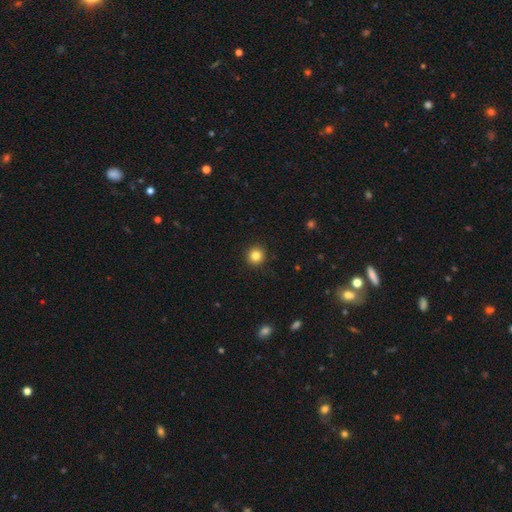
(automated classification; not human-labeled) smooth-or-featured: smooth: 83% | star or artifact: 11% | featured or disk: 6%
  how-rounded: round: 94% | in between: 5% | cigar-shaped: 1%
  merging: none: 92% | minor disturbance: 5% | major disturbance: 2% | merger: 1%